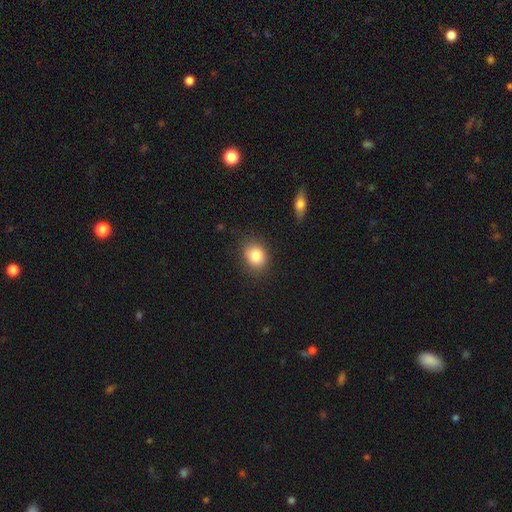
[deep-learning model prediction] This is clearly a smooth galaxy (83%). How rounded: possibly round (51%). Merging: clearly none (81%).